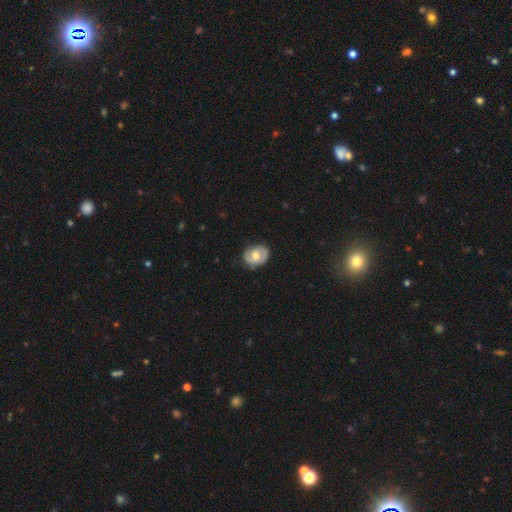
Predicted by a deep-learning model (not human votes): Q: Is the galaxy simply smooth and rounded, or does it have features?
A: featured or disk — 56%.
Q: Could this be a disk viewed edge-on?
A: no — 96%.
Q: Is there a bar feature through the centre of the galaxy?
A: no — 61%.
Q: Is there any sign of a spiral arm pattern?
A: yes — 63%.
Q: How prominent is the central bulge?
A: moderate — 72%.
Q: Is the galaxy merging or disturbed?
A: none — 78%.